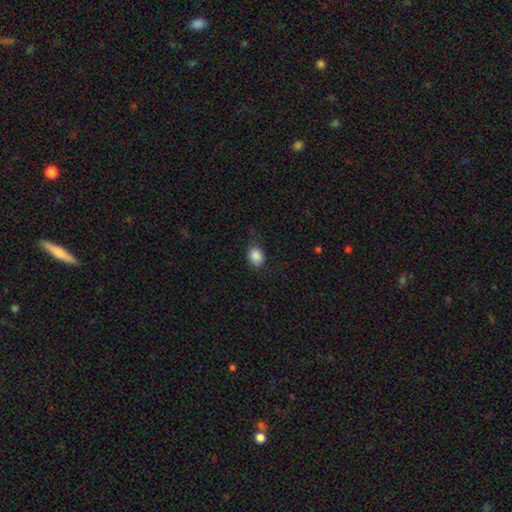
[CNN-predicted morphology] A smooth galaxy with no disk features (87%) that is round (51%).

Vote fractions:
- Smooth or featured? smooth: 87% / star or artifact: 9% / featured or disk: 4%
- How rounded? round: 51% / in between: 48% / cigar-shaped: 1%
- Merging? none: 75% / minor disturbance: 19% / major disturbance: 5% / merger: 1%